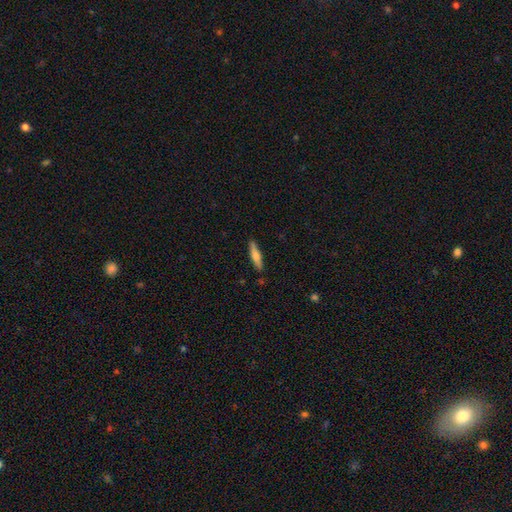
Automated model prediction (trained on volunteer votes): This appears to be a smooth galaxy with no disk features (58%) that is cigar-shaped (80%). Merging: none (88%).